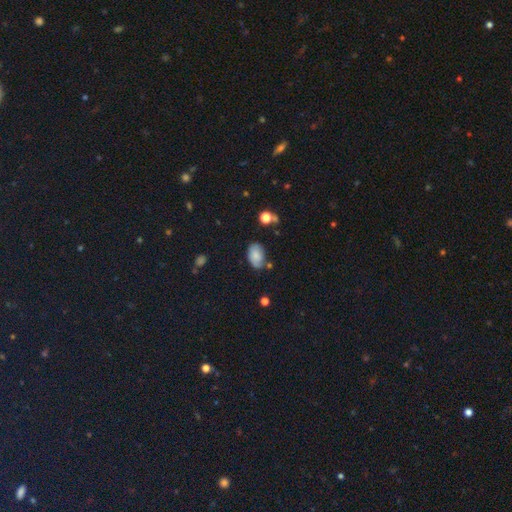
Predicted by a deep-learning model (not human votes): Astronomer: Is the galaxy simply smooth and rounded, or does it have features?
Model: smooth — 71%.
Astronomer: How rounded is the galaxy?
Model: in between — 89%.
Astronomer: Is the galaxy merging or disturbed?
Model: none — 63%.